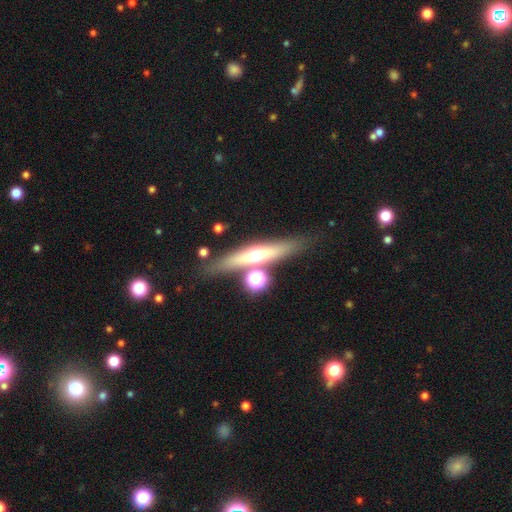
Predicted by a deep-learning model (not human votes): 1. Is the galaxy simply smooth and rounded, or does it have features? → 56% featured or disk, 35% smooth, 9% star or artifact.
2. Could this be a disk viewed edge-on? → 89% yes, 11% no.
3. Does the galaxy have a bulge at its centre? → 92% rounded, 4% none, 4% boxy.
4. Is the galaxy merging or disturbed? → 75% none, 11% merger, 10% minor disturbance, 4% major disturbance.